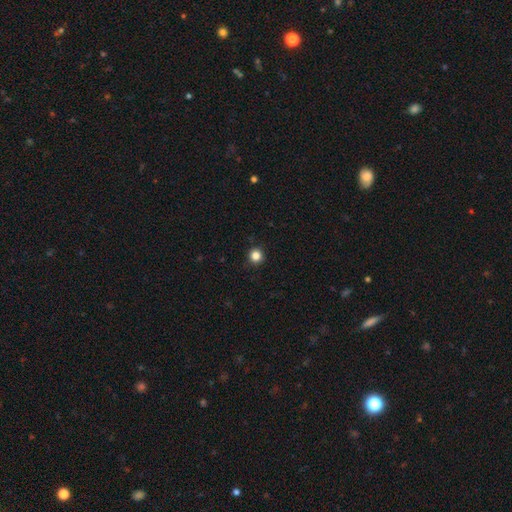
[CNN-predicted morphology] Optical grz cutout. It shows a smooth galaxy with no disk features (84%) that is round (96%). Merging: none (93%).